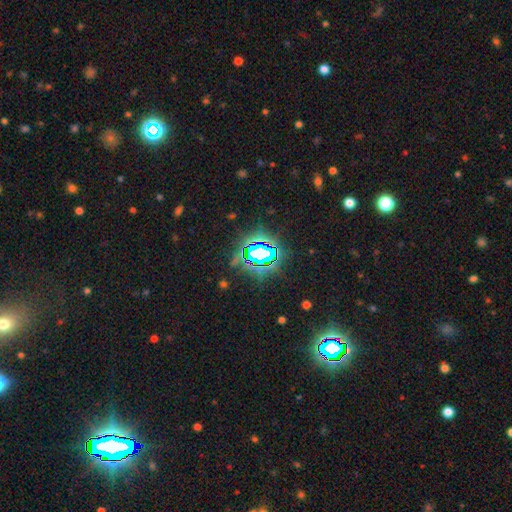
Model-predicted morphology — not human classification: The model was most divided on "smooth or featured": star or artifact: 76%, smooth: 14%, featured or disk: 10%.